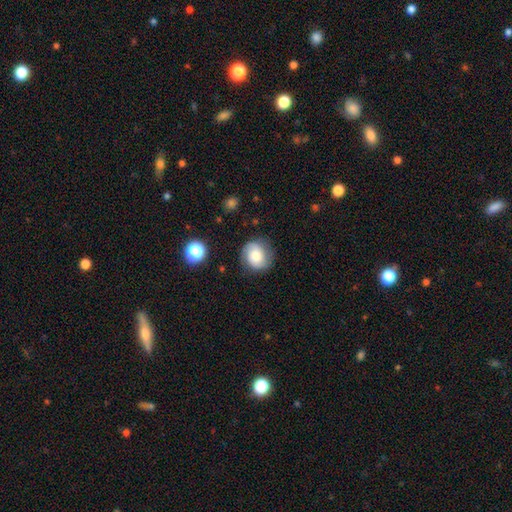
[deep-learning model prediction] Q: Smooth or featured?
A: smooth (52%); runner-up: featured or disk (38%)
Q: How rounded?
A: round (81%); runner-up: in between (18%)
Q: Merging?
A: none (76%); runner-up: minor disturbance (16%)